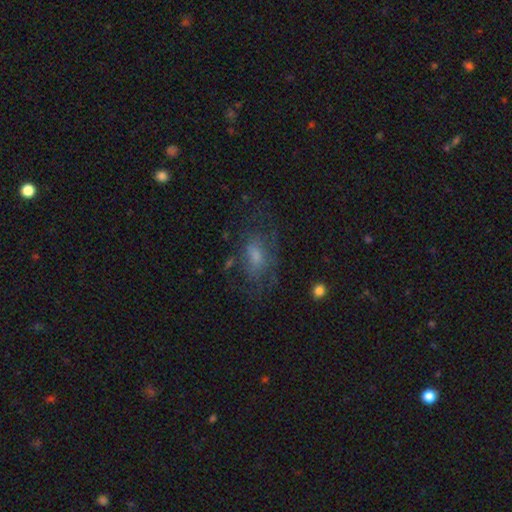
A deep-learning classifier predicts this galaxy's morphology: type=smooth (46%); merging=none (45%).